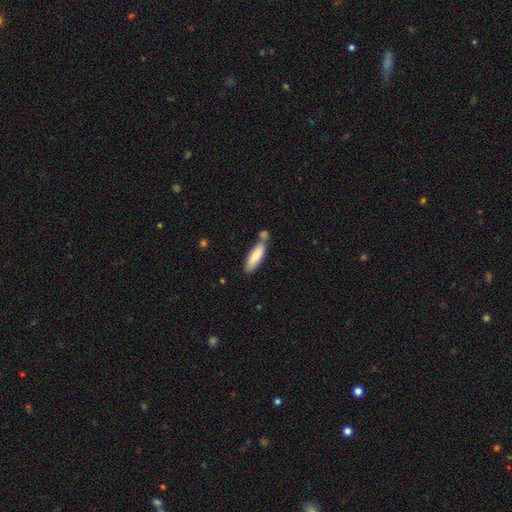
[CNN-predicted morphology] smooth-or-featured: smooth: 81% | featured or disk: 14% | star or artifact: 6%
  how-rounded: cigar-shaped: 53% | in between: 46% | round: 1%
  merging: none: 52% | merger: 29% | minor disturbance: 16% | major disturbance: 4%